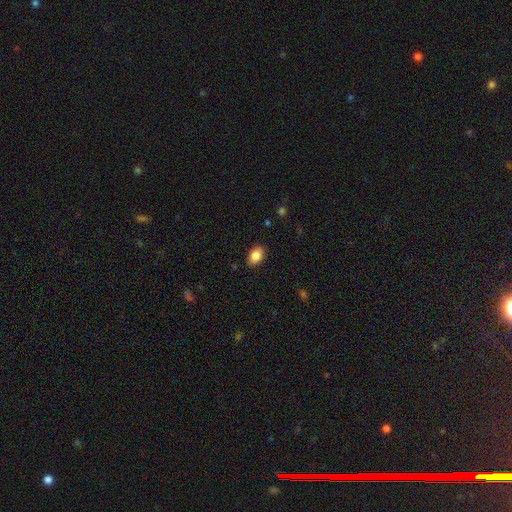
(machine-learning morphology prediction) The model was most divided on "how rounded": in between: 88%, round: 11%, cigar-shaped: 1%. More confident: merging — none (88%); smooth or featured — smooth (85%).